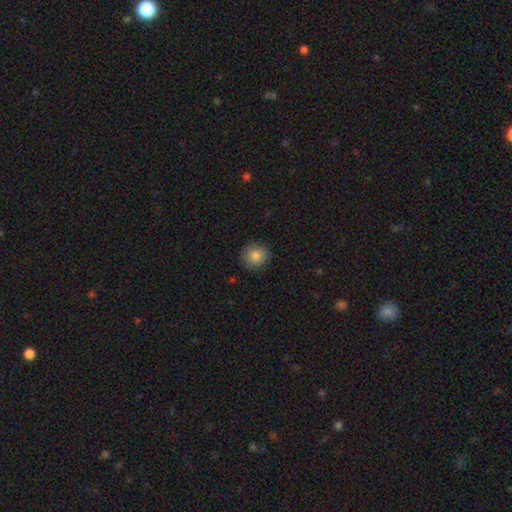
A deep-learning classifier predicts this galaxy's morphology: Overall: smooth (84%). How rounded: round (90%). Merging: none (88%).